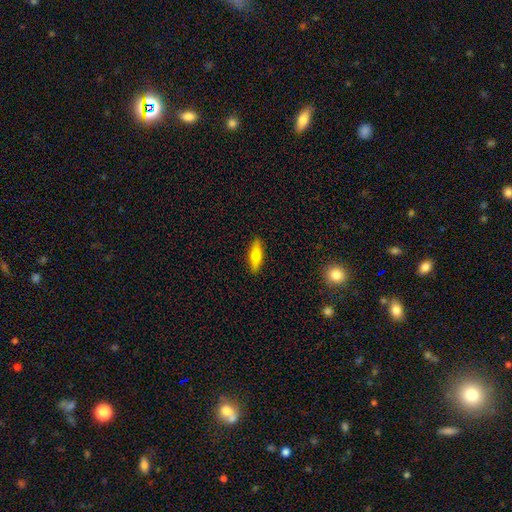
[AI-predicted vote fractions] smooth-or-featured: smooth: 73% | featured or disk: 21% | star or artifact: 6%
  how-rounded: cigar-shaped: 53% | in between: 44% | round: 2%
  merging: none: 89% | minor disturbance: 8% | major disturbance: 2% | merger: 1%